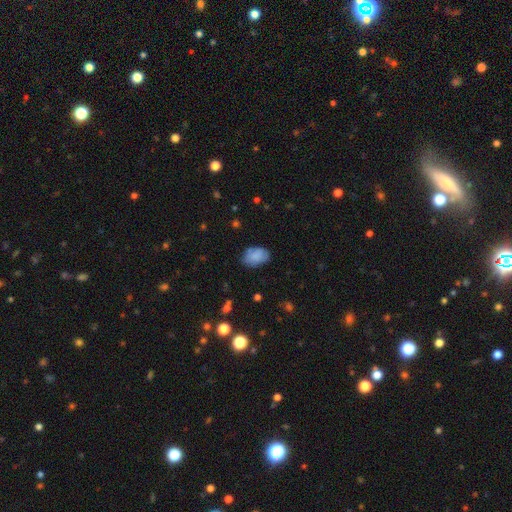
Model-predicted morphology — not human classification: Smooth or featured?
  - smooth: 81% *
  - featured or disk: 11%
  - star or artifact: 8%
How rounded?
  - in between: 86% *
  - round: 12%
  - cigar-shaped: 1%
Merging?
  - none: 74% *
  - minor disturbance: 20%
  - major disturbance: 5%
  - merger: 2%